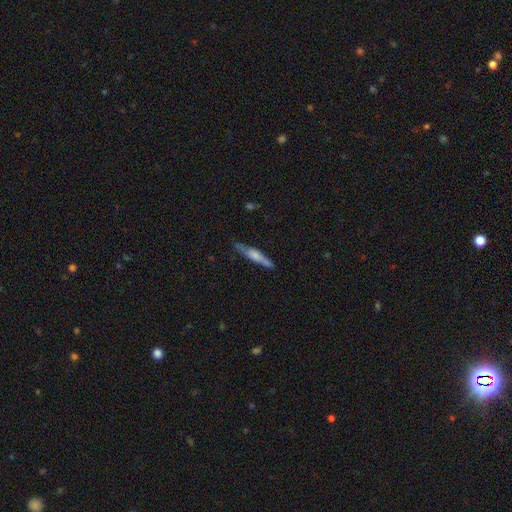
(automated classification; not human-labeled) A smooth galaxy with no disk features (52%) that is cigar-shaped (89%).

Vote fractions:
- Smooth or featured? smooth: 52% / featured or disk: 42% / star or artifact: 6%
- How rounded? cigar-shaped: 89% / in between: 9% / round: 2%
- Merging? none: 79% / minor disturbance: 16% / major disturbance: 3% / merger: 2%